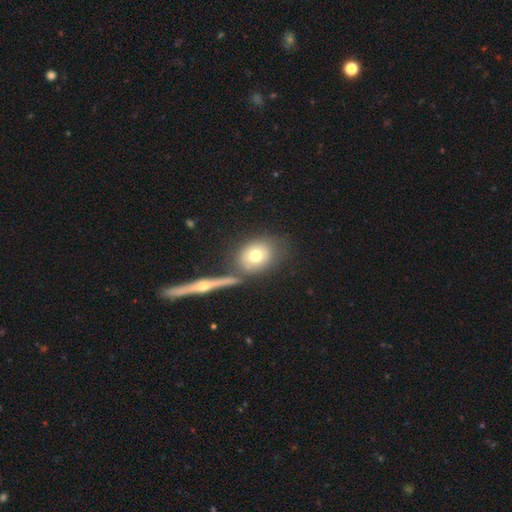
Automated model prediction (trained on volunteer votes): Smooth or featured: smooth — 71% (featured or disk — 21%)
How rounded: round — 56% (in between — 41%)
Merging: none — 64% (merger — 17%)